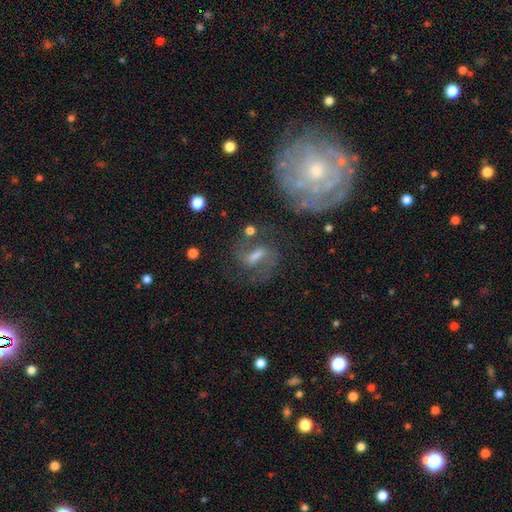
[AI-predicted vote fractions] Morphology: type=featured or disk (69%); edge-on=no (94%); bar=strong (44%); spiral arms=yes (87%); winding=medium (50%); arm count=2 (82%); bulge=moderate (39%); merging=none (64%).